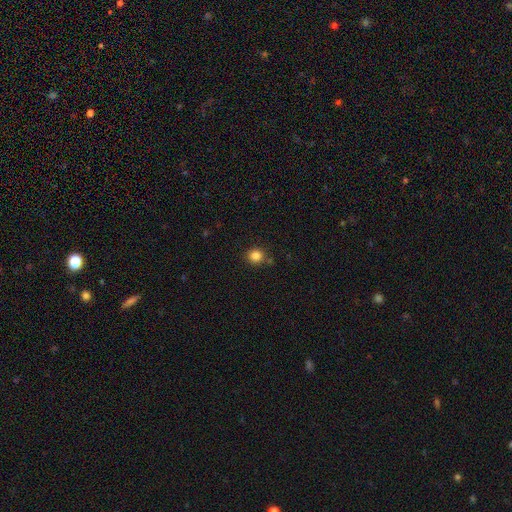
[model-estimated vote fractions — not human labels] Smooth or featured? smooth (84%)
How rounded? round (90%)
Merging? none (83%)